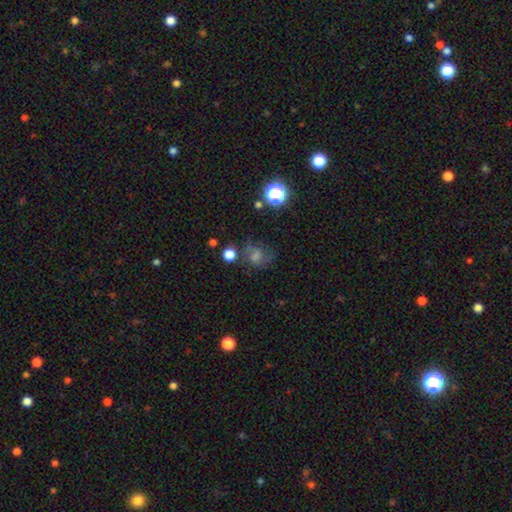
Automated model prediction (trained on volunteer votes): Morphology: type=smooth (43%); merging=none (59%).